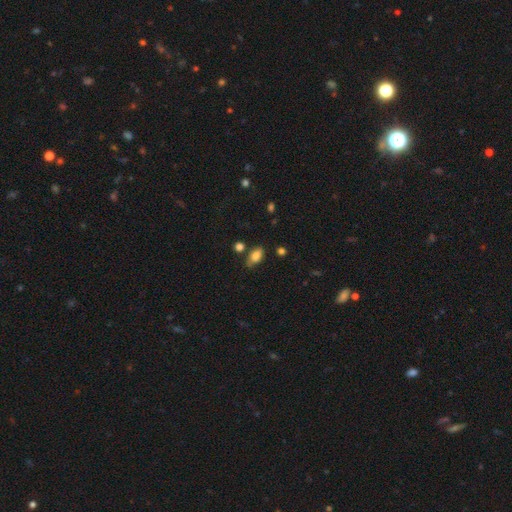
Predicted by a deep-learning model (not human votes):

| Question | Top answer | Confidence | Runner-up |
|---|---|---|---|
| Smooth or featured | smooth | 80% | featured or disk (10%) |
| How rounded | in between | 89% | round (7%) |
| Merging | none | 67% | minor disturbance (22%) |